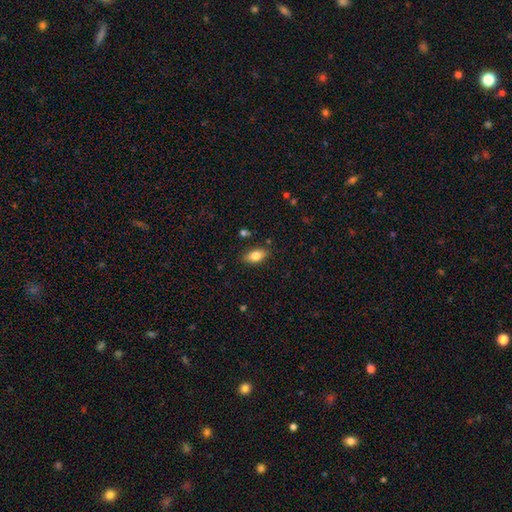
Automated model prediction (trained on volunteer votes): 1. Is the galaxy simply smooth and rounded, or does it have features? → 80% smooth, 12% featured or disk, 8% star or artifact.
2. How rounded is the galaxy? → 89% in between, 6% cigar-shaped, 5% round.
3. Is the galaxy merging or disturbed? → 85% none, 11% minor disturbance, 2% major disturbance, 2% merger.